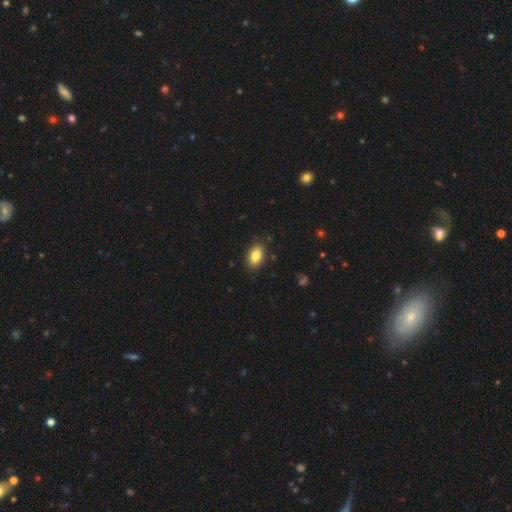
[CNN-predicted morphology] This is clearly a smooth galaxy (85%). How rounded: clearly in between (91%). Merging: clearly none (86%).